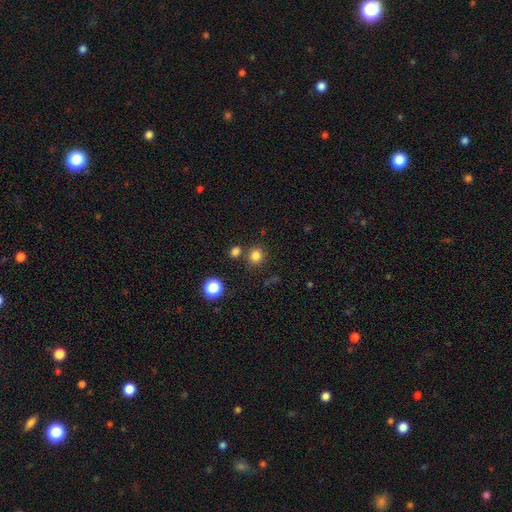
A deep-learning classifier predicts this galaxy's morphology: smooth 81%, star or artifact 14%, featured or disk 5%. Down the decision tree: how rounded — round (87%); merging — none (79%).